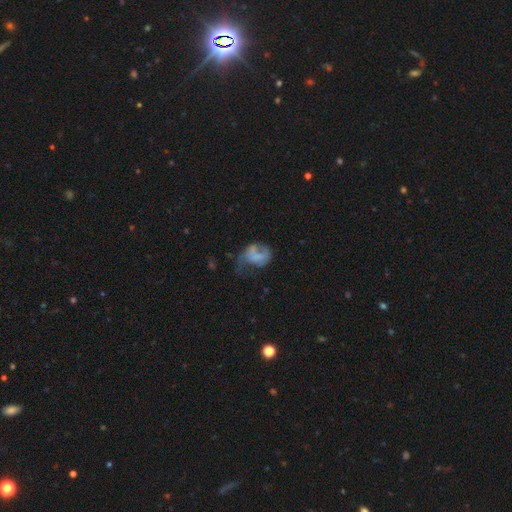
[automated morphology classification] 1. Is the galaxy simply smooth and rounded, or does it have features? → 52% smooth, 37% featured or disk, 11% star or artifact.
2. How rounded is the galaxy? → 59% in between, 40% round, 1% cigar-shaped.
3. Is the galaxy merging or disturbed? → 48% major disturbance, 26% minor disturbance, 21% none, 4% merger.